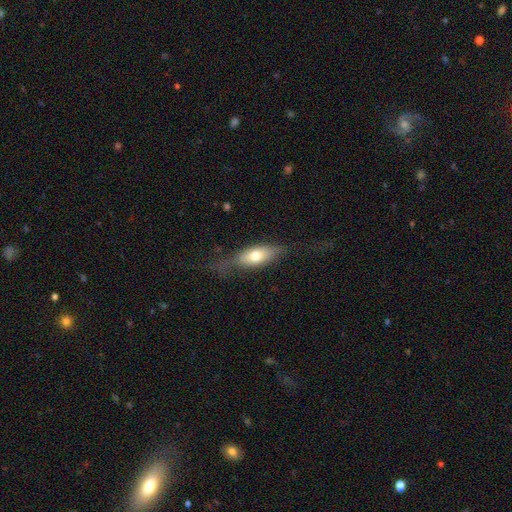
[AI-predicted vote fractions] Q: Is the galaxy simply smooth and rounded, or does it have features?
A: smooth — 64%.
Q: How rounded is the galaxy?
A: in between — 71%.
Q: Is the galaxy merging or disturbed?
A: none — 54%.